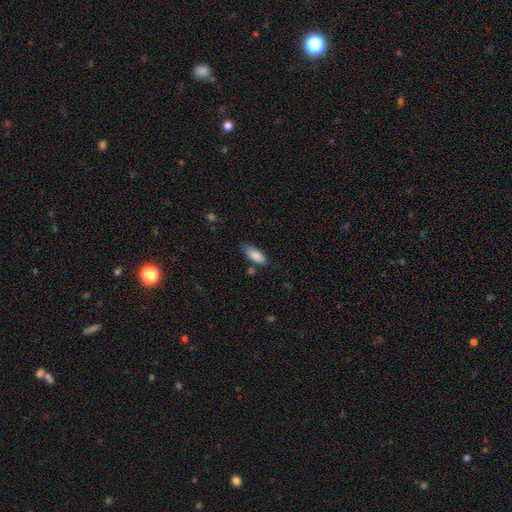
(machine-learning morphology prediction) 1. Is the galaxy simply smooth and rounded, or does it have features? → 87% smooth, 6% star or artifact, 6% featured or disk.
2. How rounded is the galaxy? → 78% in between, 20% cigar-shaped, 2% round.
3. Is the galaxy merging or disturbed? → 74% none, 18% minor disturbance, 5% merger, 4% major disturbance.